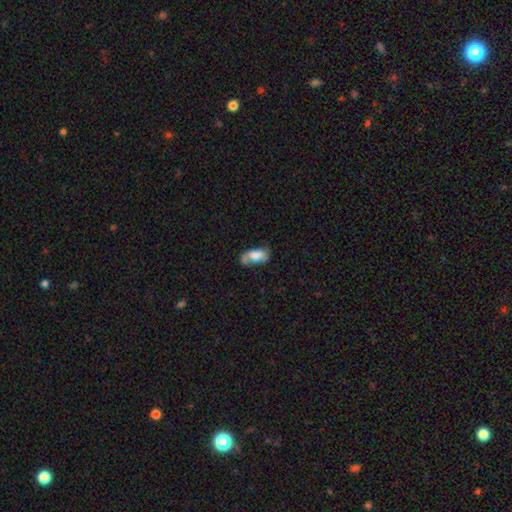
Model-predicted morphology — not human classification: This is possibly a smooth galaxy (60%). How rounded: clearly in between (89%). Merging: possibly none (45%).